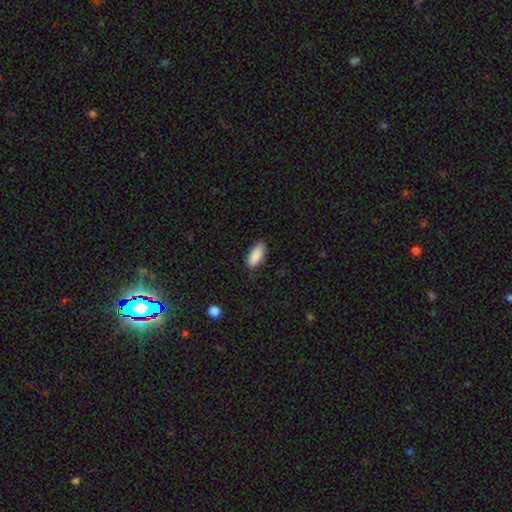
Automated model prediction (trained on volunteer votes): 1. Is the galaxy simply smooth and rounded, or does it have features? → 90% smooth, 6% star or artifact, 4% featured or disk.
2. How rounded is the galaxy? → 90% in between, 8% cigar-shaped, 2% round.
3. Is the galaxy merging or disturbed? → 83% none, 14% minor disturbance, 2% major disturbance, 1% merger.